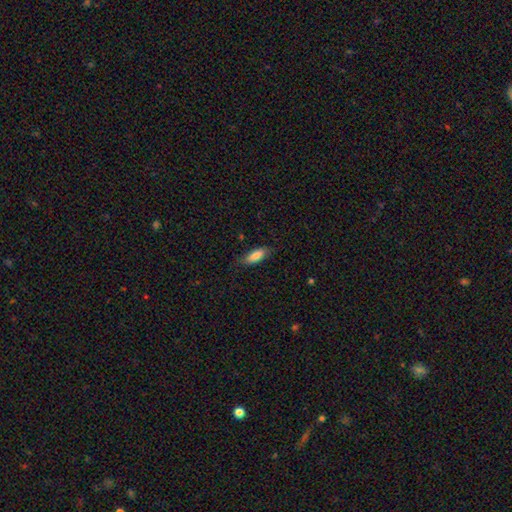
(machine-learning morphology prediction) Q: Smooth or featured?
A: smooth (82%); runner-up: featured or disk (12%)
Q: How rounded?
A: in between (75%); runner-up: cigar-shaped (23%)
Q: Merging?
A: none (78%); runner-up: minor disturbance (17%)